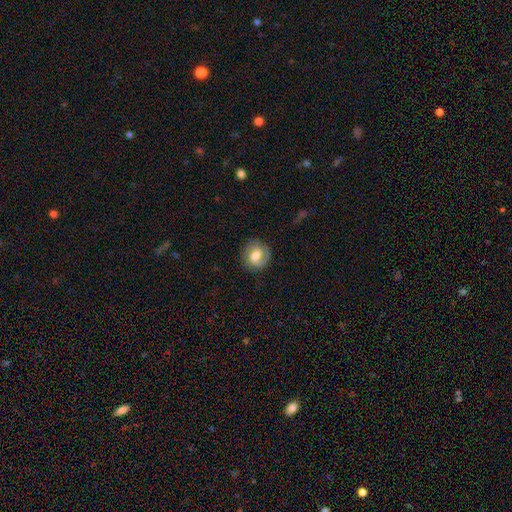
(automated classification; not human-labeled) This appears to be a featured or disk galaxy (61%) with a weak bar (49%), 2 (60%) tight (41%, tied with medium) spiral arms (90%) and a moderate central bulge (47%). Merging: none (77%).